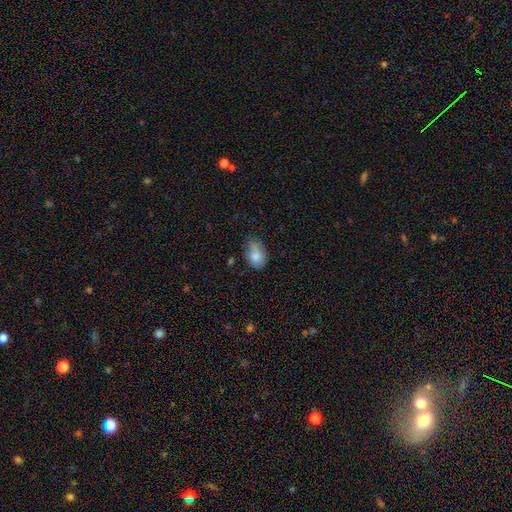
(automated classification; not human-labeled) Smooth or featured? Predicted: smooth (p=0.77). How rounded? Predicted: in between (p=0.81). Merging? Predicted: none (p=0.48).